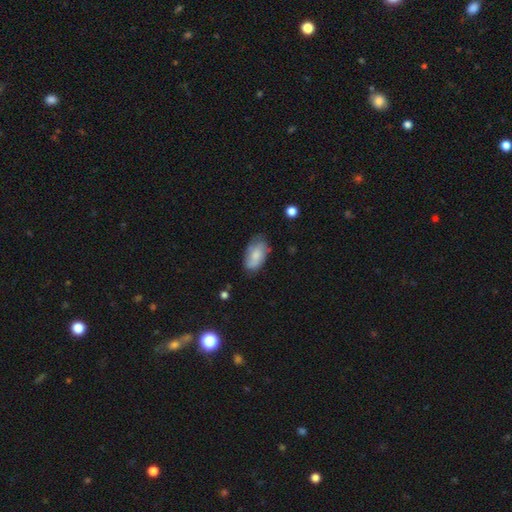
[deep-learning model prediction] The model was most divided on "merging": none: 64%, minor disturbance: 27%, major disturbance: 7%, merger: 2%. More confident: how rounded — in between (93%); smooth or featured — smooth (67%).